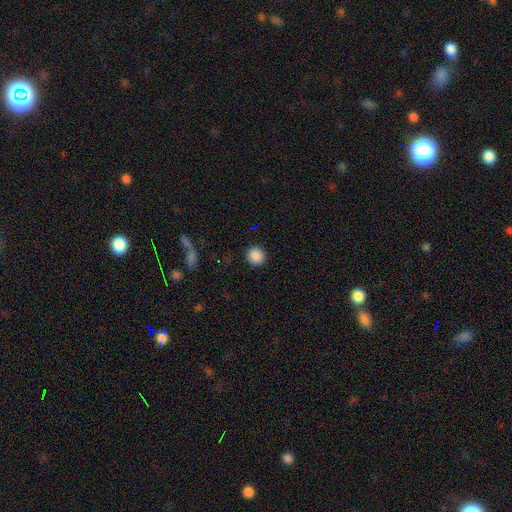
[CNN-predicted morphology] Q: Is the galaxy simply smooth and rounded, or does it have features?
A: smooth — 87%.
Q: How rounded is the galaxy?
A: round — 92%.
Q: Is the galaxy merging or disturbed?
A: none — 91%.